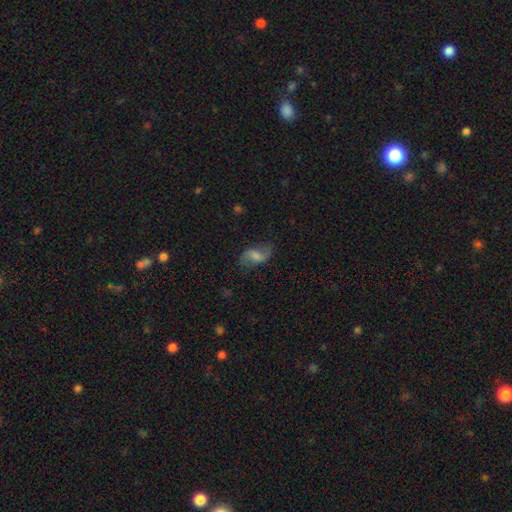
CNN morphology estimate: Smooth or featured? featured or disk (58%)
Edge-on disk? no (96%)
Bar? weak (48%)
Spiral arms? yes (89%)
Bulge size? moderate (33%)
Merging? none (72%)